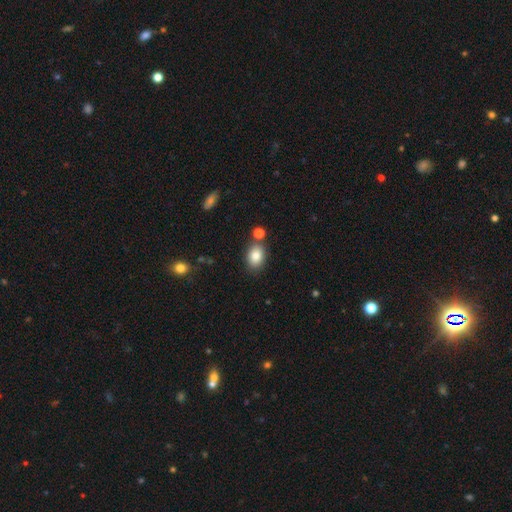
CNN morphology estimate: Smooth or featured? smooth (83%)
How rounded? in between (80%)
Merging? none (75%)